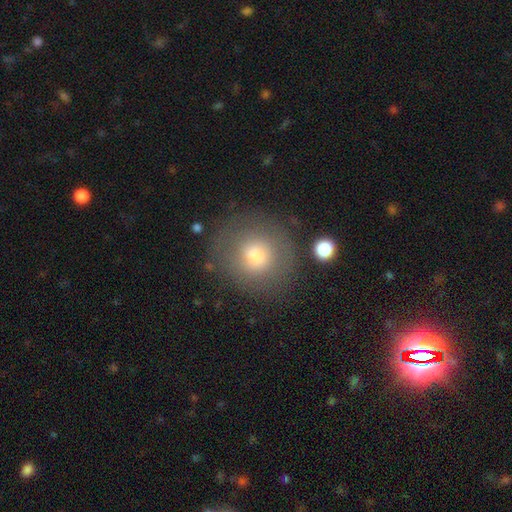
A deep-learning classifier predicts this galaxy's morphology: Smooth or featured?
  - smooth: 72% *
  - featured or disk: 17%
  - star or artifact: 11%
How rounded?
  - round: 87% *
  - in between: 12%
  - cigar-shaped: 1%
Merging?
  - none: 78% *
  - minor disturbance: 13%
  - major disturbance: 6%
  - merger: 3%